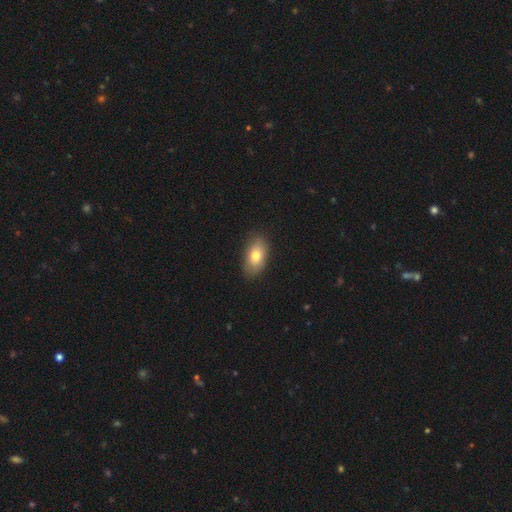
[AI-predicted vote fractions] The model was most divided on "smooth or featured": smooth: 75%, featured or disk: 17%, star or artifact: 8%. More confident: how rounded — in between (90%); merging — none (85%).